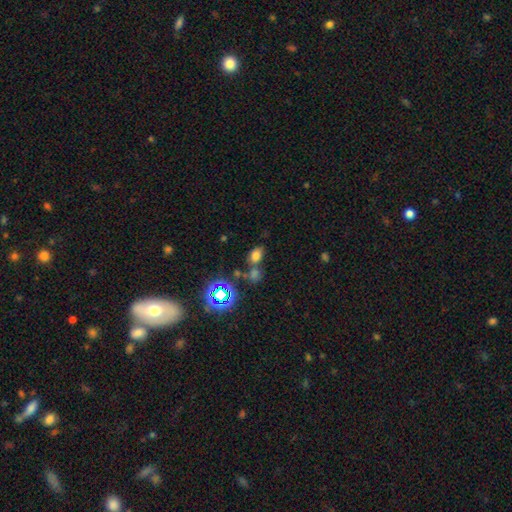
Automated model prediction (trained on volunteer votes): The model was most divided on "merging": none: 54%, merger: 28%, minor disturbance: 12%, major disturbance: 5%. More confident: how rounded — in between (78%); smooth or featured — smooth (66%).